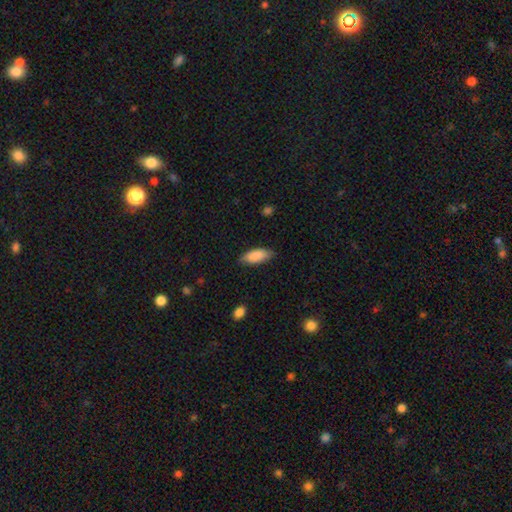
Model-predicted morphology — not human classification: A smooth galaxy with no disk features (86%) that is in between round and cigar-shaped (77%).

Vote fractions:
- Smooth or featured? smooth: 86% / featured or disk: 8% / star or artifact: 6%
- How rounded? in between: 77% / cigar-shaped: 22% / round: 2%
- Merging? none: 80% / minor disturbance: 16% / major disturbance: 3% / merger: 1%